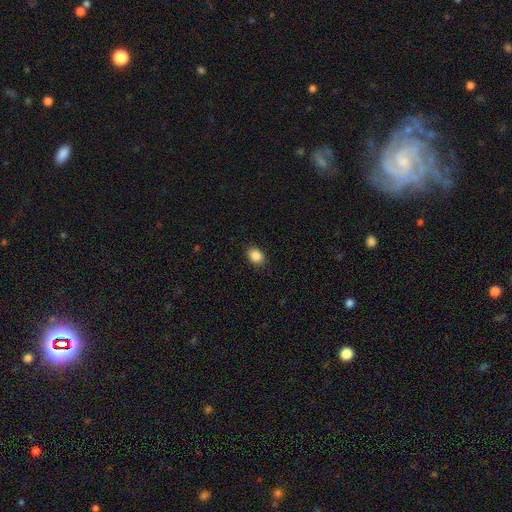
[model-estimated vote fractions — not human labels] Morphology: type=smooth (88%); roundness=in between (72%); merging=none (89%).